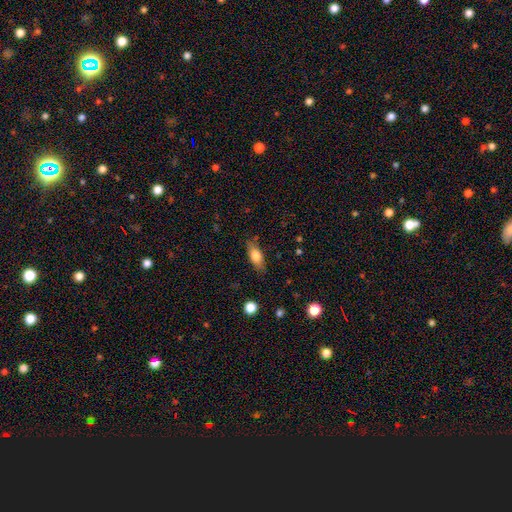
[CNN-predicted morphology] smooth-or-featured: smooth: 72% | featured or disk: 21% | star or artifact: 7%
  how-rounded: in between: 75% | cigar-shaped: 21% | round: 4%
  merging: none: 80% | minor disturbance: 15% | major disturbance: 4% | merger: 1%